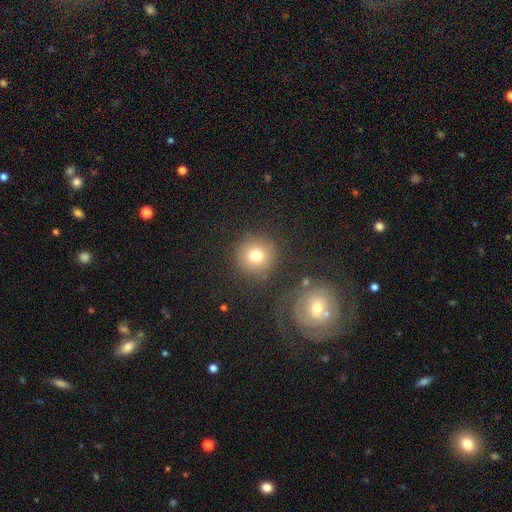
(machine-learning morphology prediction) Smooth or featured? smooth (75%)
How rounded? round (94%)
Merging? none (84%)